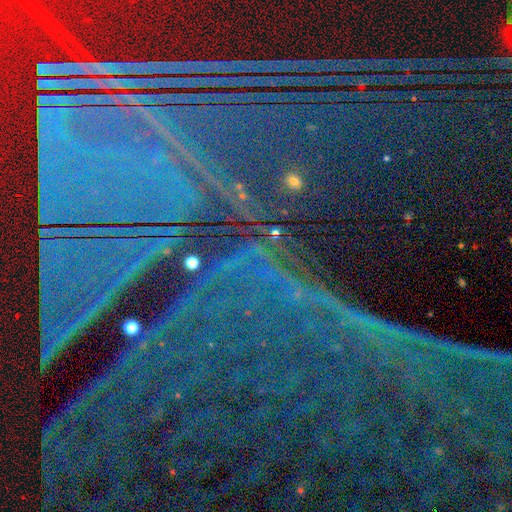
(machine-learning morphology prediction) Overall: star or artifact (90%).